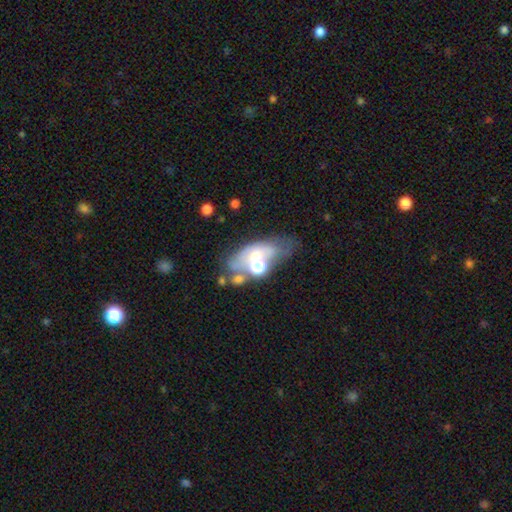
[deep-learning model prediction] Morphology: type=featured or disk (44%); merging=none (40%).